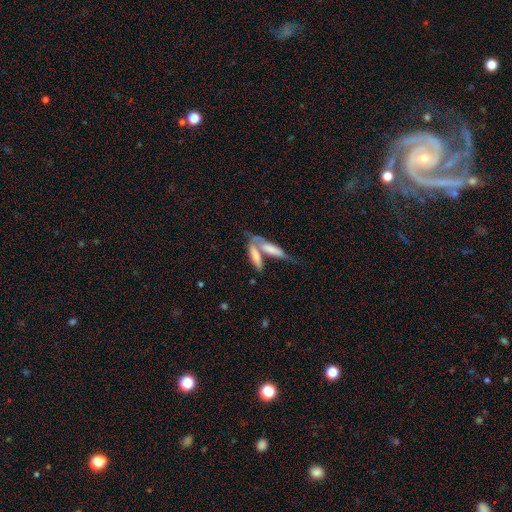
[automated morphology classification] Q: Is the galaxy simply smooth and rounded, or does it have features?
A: smooth — 67%.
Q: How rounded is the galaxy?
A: cigar-shaped — 57%.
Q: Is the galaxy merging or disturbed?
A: merger — 58%.